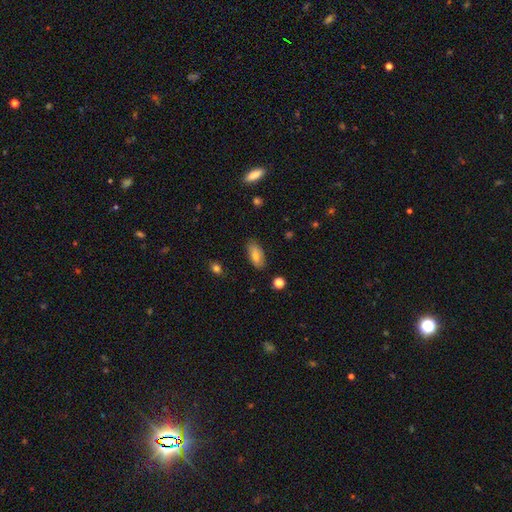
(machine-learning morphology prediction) A smooth galaxy with no disk features (74%) that is in between round and cigar-shaped (88%). Merging: none (82%).